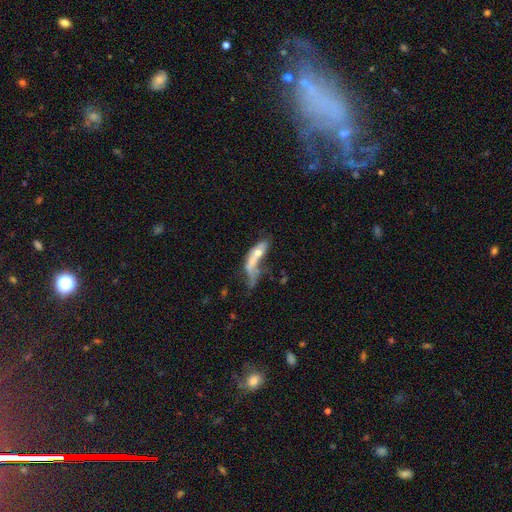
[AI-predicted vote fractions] A smooth galaxy with no disk features (50%). Merging: major disturbance (39%).